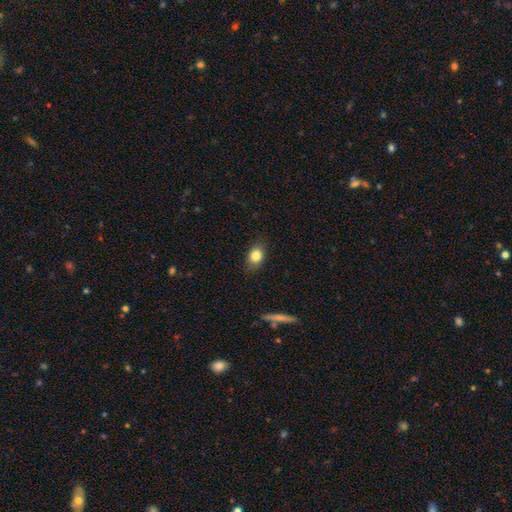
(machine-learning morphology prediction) The model was most divided on "how rounded": in between: 69%, round: 29%, cigar-shaped: 2%. More confident: smooth or featured — smooth (82%); merging — none (81%).